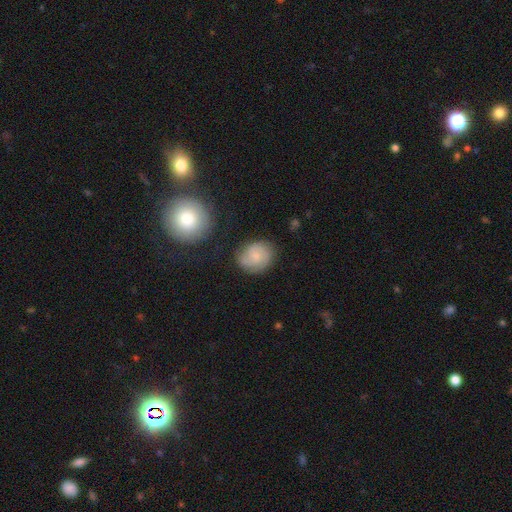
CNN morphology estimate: A featured or disk galaxy (53%) with no bar (71%), spiral arms (90%) and a small central bulge (67%). Merging: none (73%).